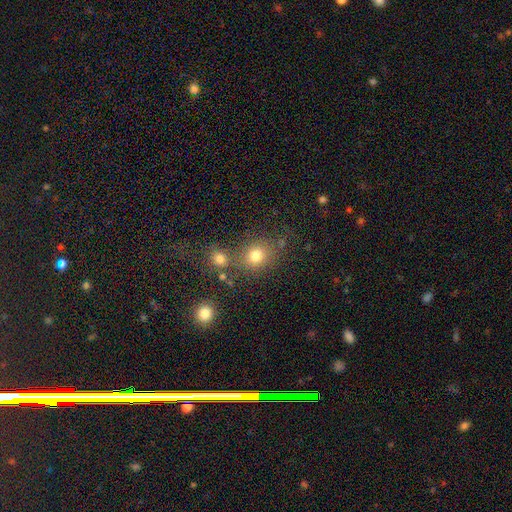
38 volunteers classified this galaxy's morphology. Smooth or featured?
  - smooth: 87% *
  - star or artifact: 8%
  - featured or disk: 5%
How rounded?
  - round: 76% *
  - in between: 24%
  - cigar-shaped: 0%
Merging?
  - none: 83% *
  - minor disturbance: 11%
  - major disturbance: 3%
  - merger: 3%